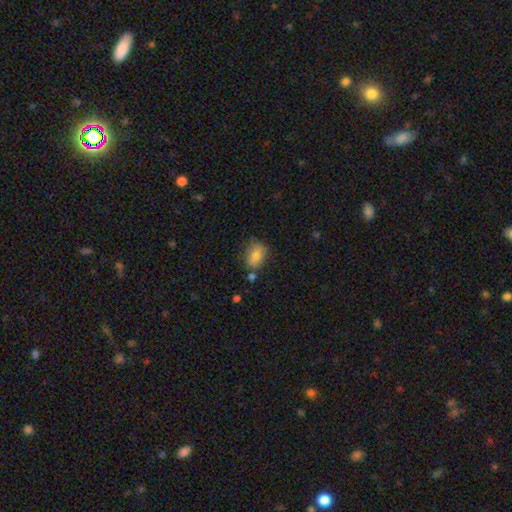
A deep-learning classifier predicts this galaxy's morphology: Q: Smooth or featured?
A: smooth (80%); runner-up: featured or disk (11%)
Q: How rounded?
A: in between (79%); runner-up: round (19%)
Q: Merging?
A: none (68%); runner-up: minor disturbance (20%)